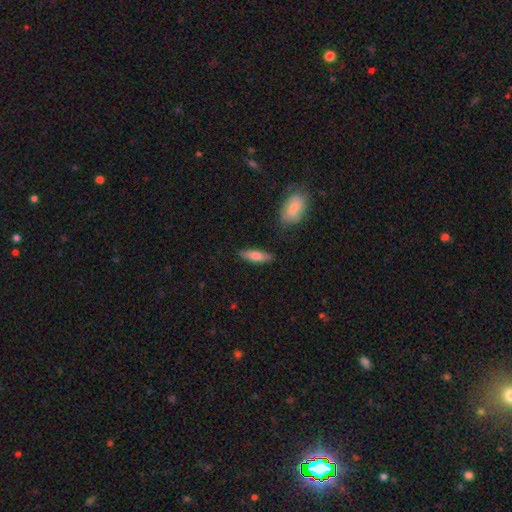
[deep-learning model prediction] A smooth galaxy with no disk features (73%) that is in between round and cigar-shaped (51%). Merging: none (83%).